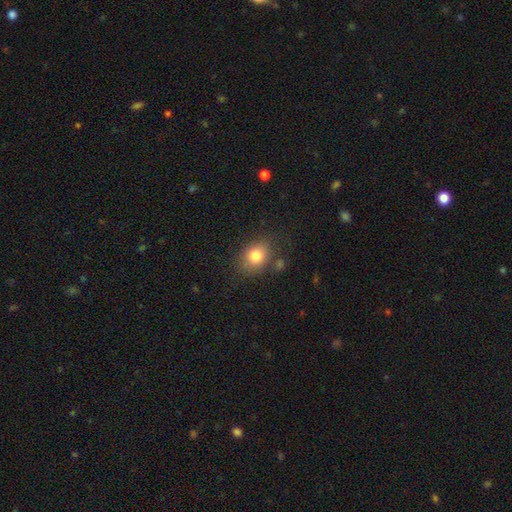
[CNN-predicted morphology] Overall: smooth (81%). How rounded: in between (56%; round 42%). Merging: none (75%).